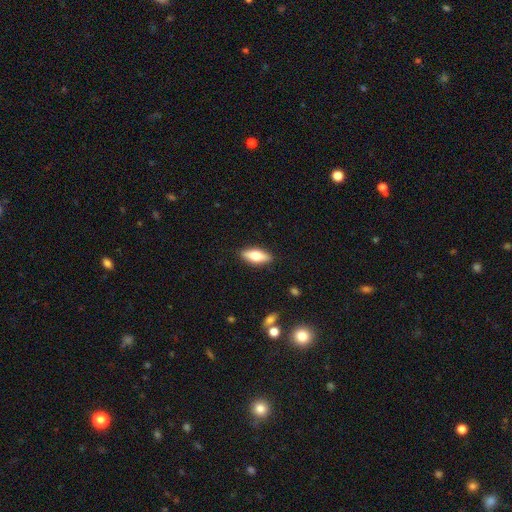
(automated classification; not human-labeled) The model was most divided on "smooth or featured": smooth: 64%, featured or disk: 29%, star or artifact: 6%. More confident: merging — none (88%); how rounded — in between (72%).